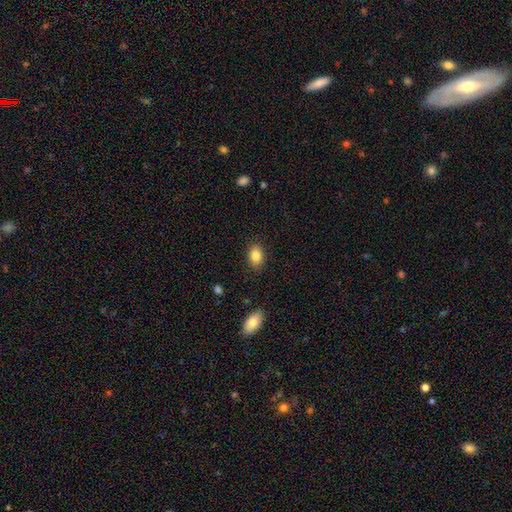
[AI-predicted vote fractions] smooth-or-featured: smooth: 84% | star or artifact: 9% | featured or disk: 7%
  how-rounded: in between: 80% | round: 19% | cigar-shaped: 1%
  merging: none: 86% | minor disturbance: 10% | major disturbance: 2% | merger: 1%